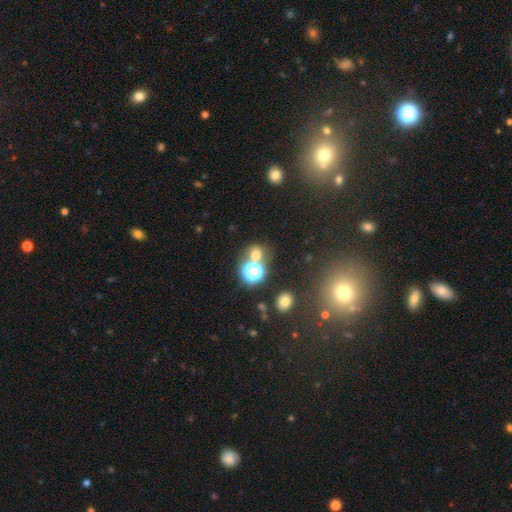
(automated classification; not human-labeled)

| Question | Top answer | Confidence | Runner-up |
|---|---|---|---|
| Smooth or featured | smooth | 59% | star or artifact (32%) |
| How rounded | round | 75% | in between (24%) |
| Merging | none | 58% | merger (27%) |